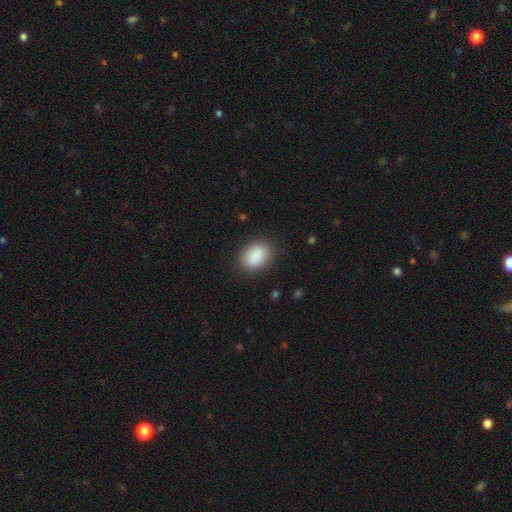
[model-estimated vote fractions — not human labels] Overall: smooth (88%). How rounded: in between (72%). Merging: none (84%).